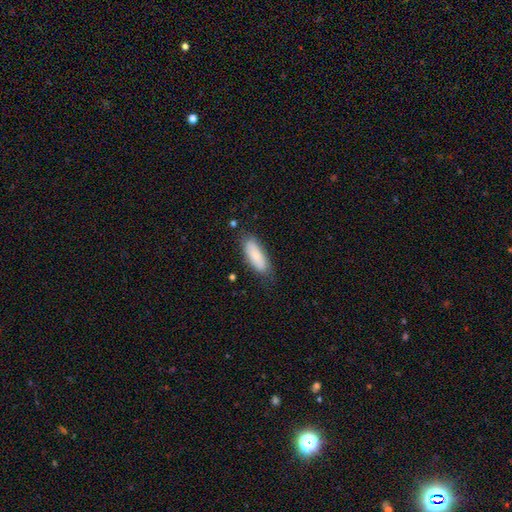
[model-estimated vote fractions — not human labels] Overall: smooth (81%). How rounded: in between (64%; cigar-shaped 34%). Merging: none (77%).